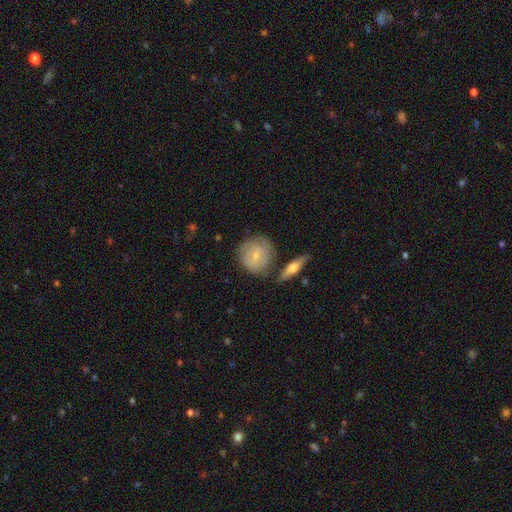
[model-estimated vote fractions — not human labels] smooth-or-featured: smooth: 48% | featured or disk: 46% | star or artifact: 6%
  merging: none: 63% | minor disturbance: 20% | merger: 9% | major disturbance: 8%